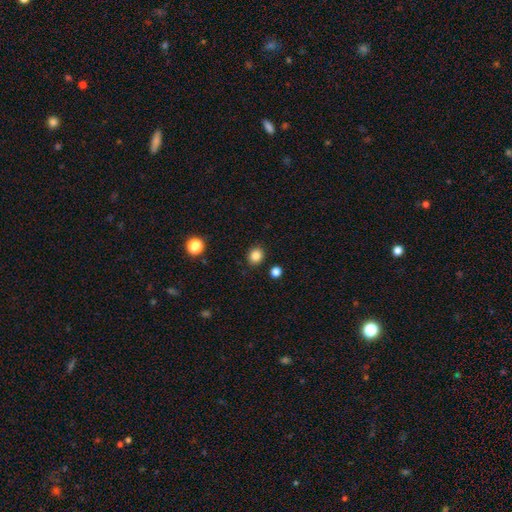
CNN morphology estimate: smooth-or-featured: smooth: 85% | star or artifact: 11% | featured or disk: 4%
  how-rounded: round: 82% | in between: 18% | cigar-shaped: 1%
  merging: none: 90% | minor disturbance: 6% | merger: 2% | major disturbance: 2%